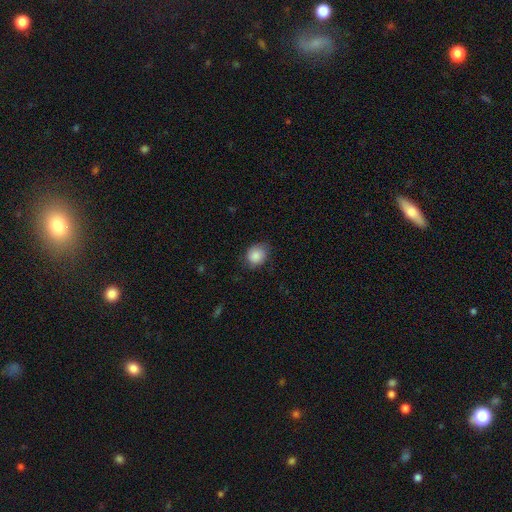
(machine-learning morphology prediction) Smooth or featured? Predicted: smooth (p=0.86). How rounded? Predicted: round (p=0.66). Merging? Predicted: none (p=0.75).